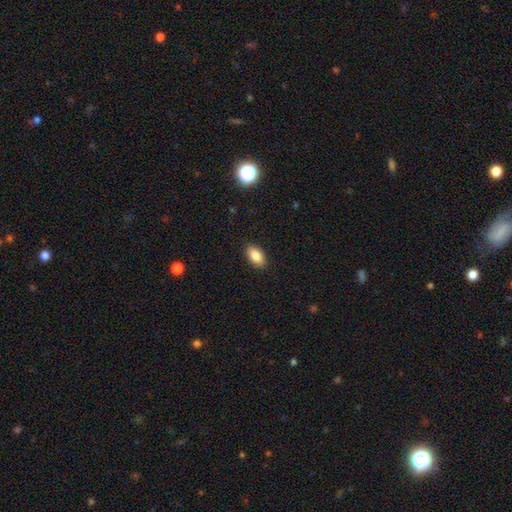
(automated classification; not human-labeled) smooth-or-featured: smooth: 86% | star or artifact: 8% | featured or disk: 6%
  how-rounded: in between: 92% | round: 6% | cigar-shaped: 2%
  merging: none: 88% | minor disturbance: 9% | major disturbance: 2% | merger: 1%